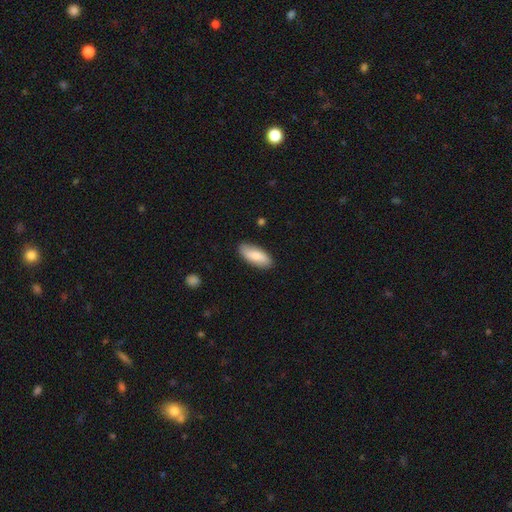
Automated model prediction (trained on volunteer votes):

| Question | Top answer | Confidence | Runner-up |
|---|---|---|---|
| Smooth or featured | smooth | 80% | featured or disk (15%) |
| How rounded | in between | 79% | cigar-shaped (19%) |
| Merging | none | 86% | minor disturbance (10%) |